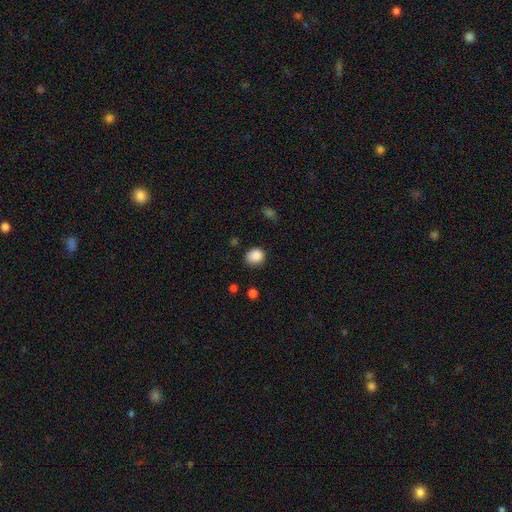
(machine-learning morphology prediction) Smooth or featured? Predicted: smooth (p=0.87). How rounded? Predicted: round (p=0.77). Merging? Predicted: none (p=0.77).